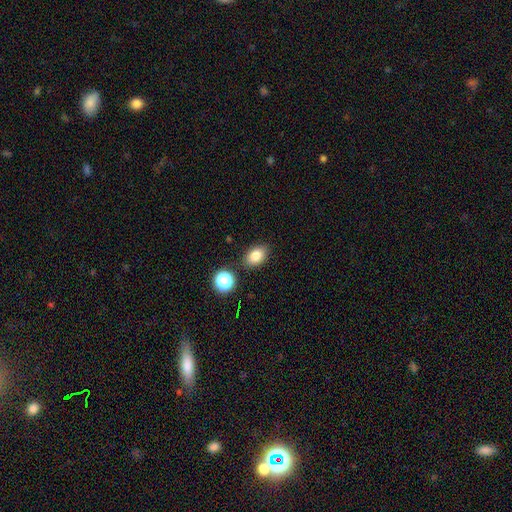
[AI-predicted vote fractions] Overall: smooth (82%). How rounded: in between (81%). Merging: none (82%).